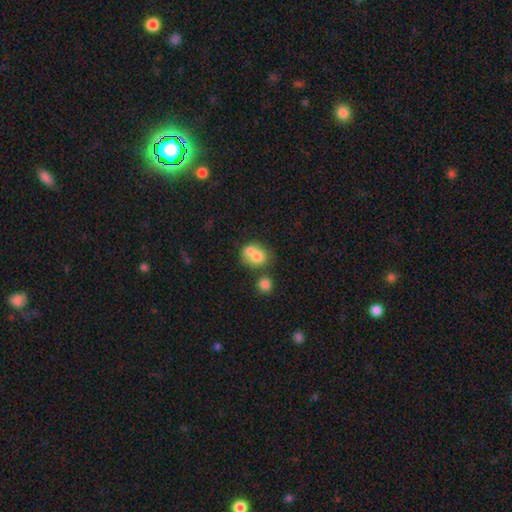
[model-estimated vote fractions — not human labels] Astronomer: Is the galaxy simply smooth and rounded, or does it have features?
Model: smooth — 70%.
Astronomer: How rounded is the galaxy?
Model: round — 68%.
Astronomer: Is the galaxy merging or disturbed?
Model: merger — 60%.